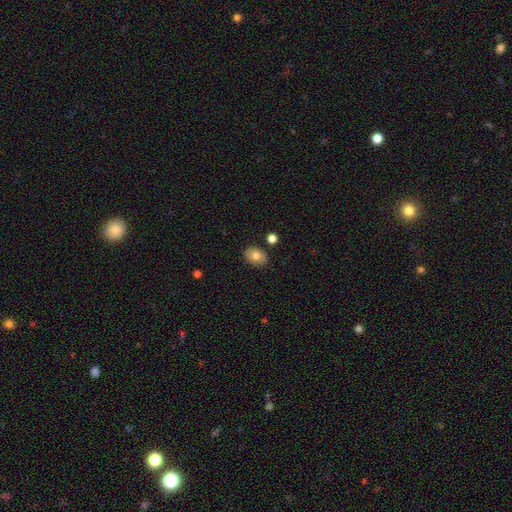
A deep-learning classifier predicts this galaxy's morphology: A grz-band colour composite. It shows a smooth galaxy with no disk features (75%) that is in between round and cigar-shaped (77%). Merging: none (83%).